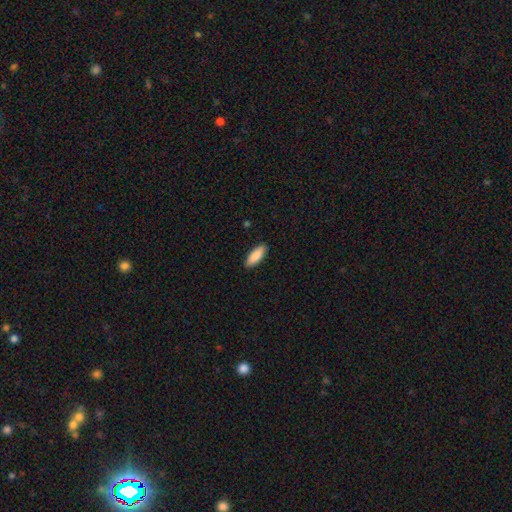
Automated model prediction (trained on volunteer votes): smooth_or_featured: smooth (p=0.87) [alt: featured or disk p=0.07]
how_rounded: in between (p=0.68) [alt: cigar-shaped p=0.30]
merging: none (p=0.90) [alt: minor disturbance p=0.07]